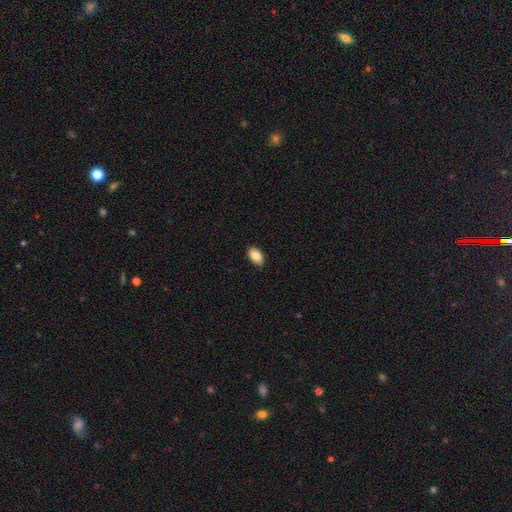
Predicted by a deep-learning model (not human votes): Smooth or featured? smooth (88%)
How rounded? in between (93%)
Merging? none (84%)